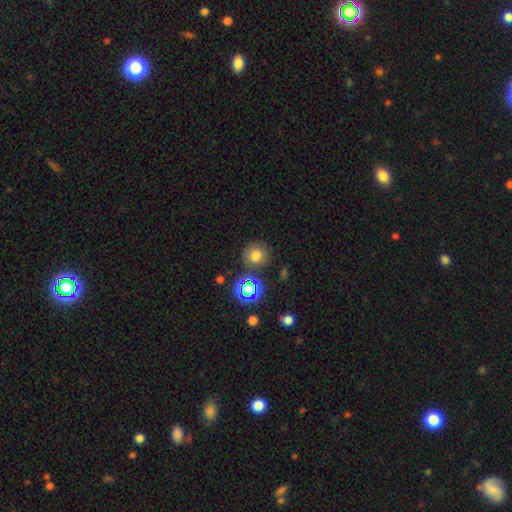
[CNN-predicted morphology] smooth-or-featured: smooth: 73% | star or artifact: 19% | featured or disk: 9%
  how-rounded: round: 90% | in between: 9% | cigar-shaped: 1%
  merging: none: 81% | minor disturbance: 10% | merger: 5% | major disturbance: 4%